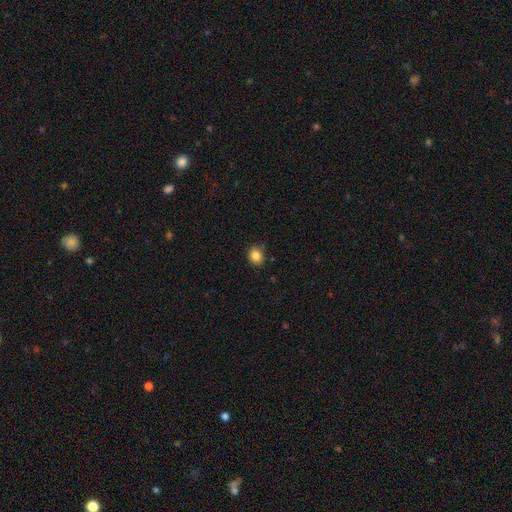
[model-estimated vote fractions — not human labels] The model was most divided on "how rounded": round: 60%, in between: 39%, cigar-shaped: 1%. More confident: smooth or featured — smooth (85%); merging — none (84%).